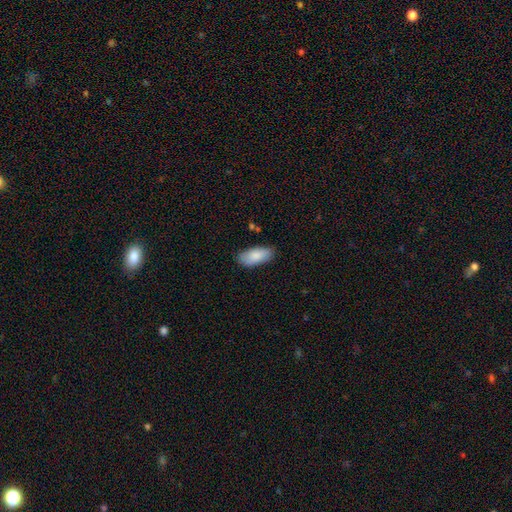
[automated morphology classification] smooth-or-featured: smooth: 86% | featured or disk: 8% | star or artifact: 6%
  how-rounded: in between: 89% | cigar-shaped: 9% | round: 2%
  merging: none: 82% | minor disturbance: 14% | major disturbance: 3% | merger: 2%